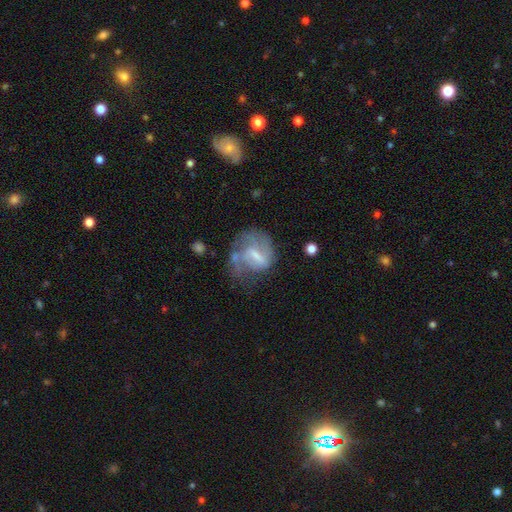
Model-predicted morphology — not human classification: smooth-or-featured: featured or disk: 60% | smooth: 32% | star or artifact: 8%
  disk-edge-on: no: 96% | yes: 4%
    bar: weak: 49% | strong: 32% | no: 19%
    has-spiral-arms: yes: 64% | no: 36%
    bulge-size: small: 37% | moderate: 33% | none: 23% | large: 6% | dominant: 1%
  merging: none: 38% | major disturbance: 30% | minor disturbance: 26% | merger: 7%